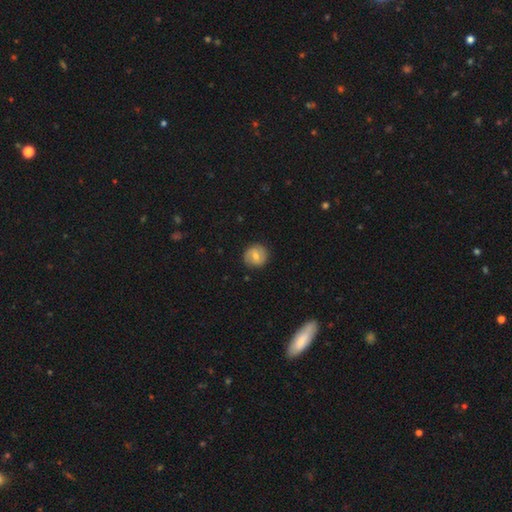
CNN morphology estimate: smooth_or_featured: smooth (p=0.58) [alt: featured or disk p=0.35]
how_rounded: round (p=0.89) [alt: in between p=0.10]
merging: none (p=0.87) [alt: minor disturbance p=0.09]